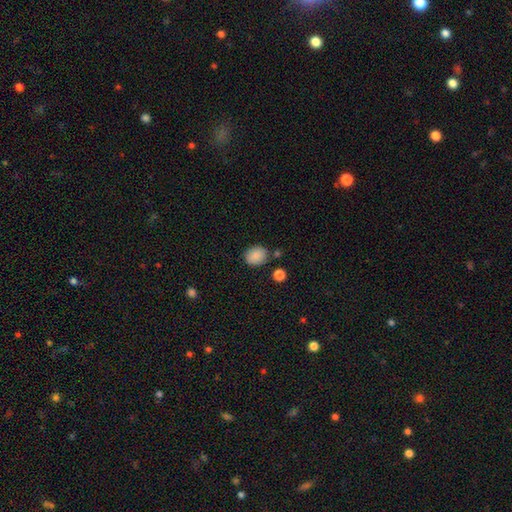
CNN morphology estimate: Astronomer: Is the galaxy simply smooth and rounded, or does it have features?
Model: smooth — 88%.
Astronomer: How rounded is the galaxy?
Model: round — 56% (runner-up: in between, 43%).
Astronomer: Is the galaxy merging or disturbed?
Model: none — 79%.